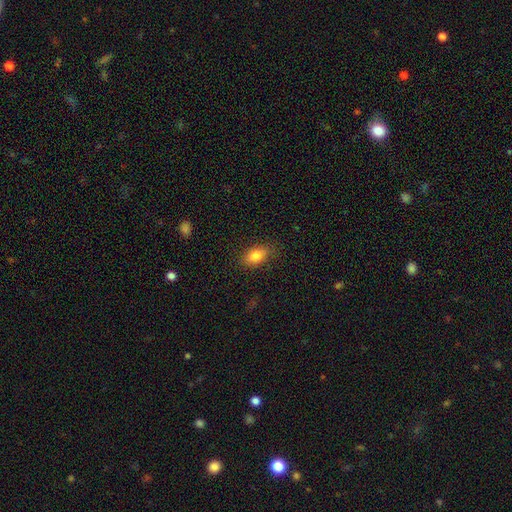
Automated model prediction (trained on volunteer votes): The model was most divided on "merging": none: 83%, minor disturbance: 12%, major disturbance: 3%, merger: 1%. More confident: how rounded — in between (88%); smooth or featured — smooth (83%).